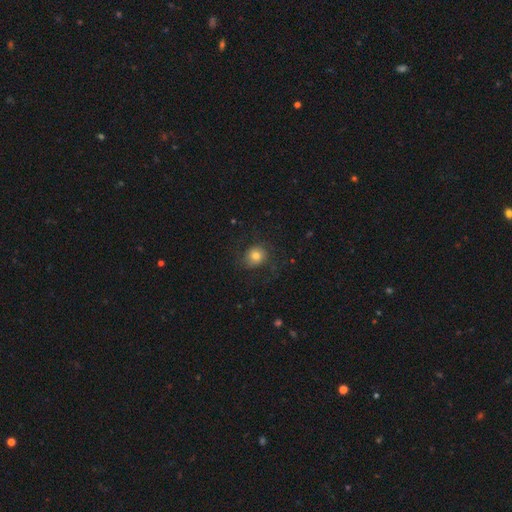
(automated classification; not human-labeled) Smooth or featured?
  - smooth: 68% *
  - featured or disk: 22%
  - star or artifact: 10%
How rounded?
  - round: 76% *
  - in between: 23%
  - cigar-shaped: 1%
Merging?
  - none: 71% *
  - minor disturbance: 16%
  - major disturbance: 13%
  - merger: 1%